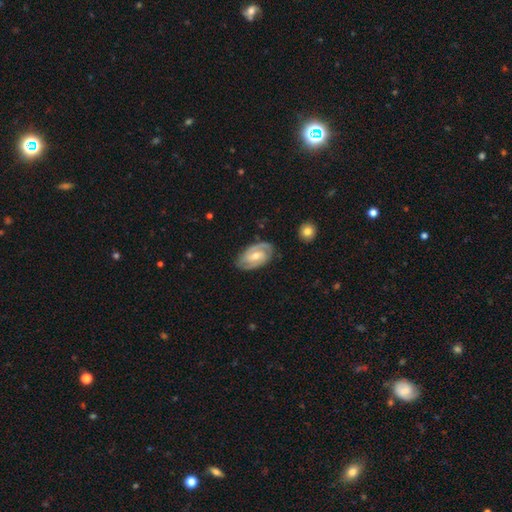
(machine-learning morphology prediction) Smooth or featured? featured or disk (81%)
Edge-on disk? no (96%)
Bar? weak (49%)
Spiral arms? yes (93%)
Spiral winding? tight (53%)
Spiral arm count? 2 (79%)
Bulge size? moderate (60%)
Merging? none (79%)